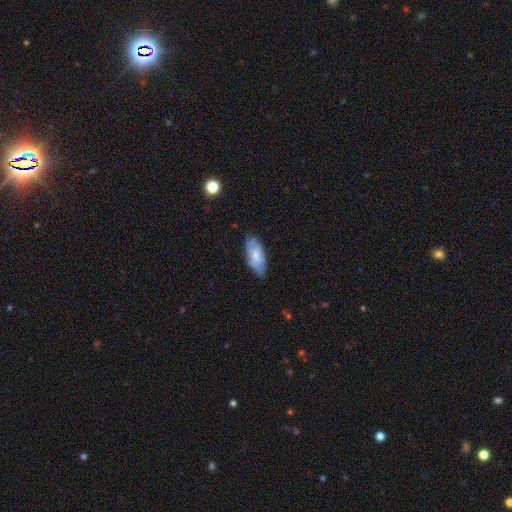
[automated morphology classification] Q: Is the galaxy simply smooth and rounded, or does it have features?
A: smooth — 65%.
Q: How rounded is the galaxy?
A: in between — 87%.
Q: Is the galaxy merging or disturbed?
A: none — 72%.